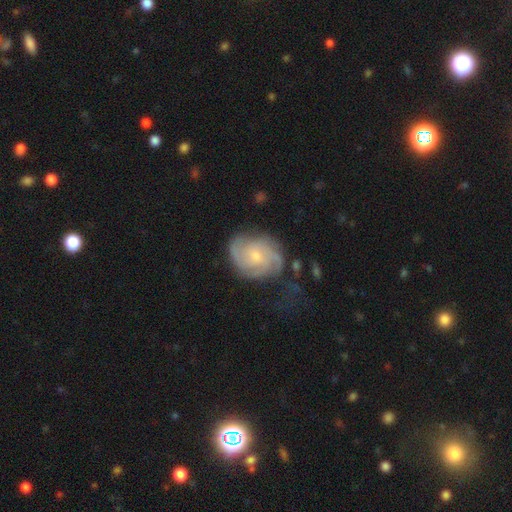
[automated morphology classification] A featured or disk galaxy (81%) with no bar (68%), 3 (30%) tight (53%) spiral arms (95%) and a small central bulge (58%). Merging: none (59%).